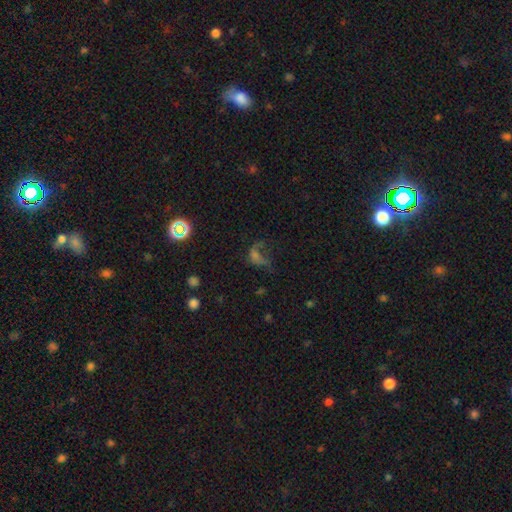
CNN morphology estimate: This appears to be a smooth galaxy with no disk features (36%). Merging: major disturbance (46%).